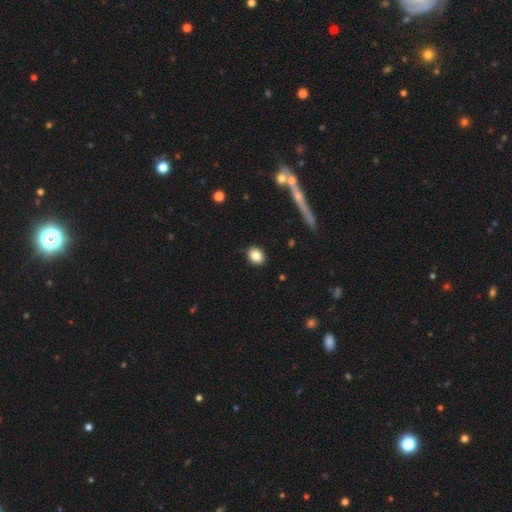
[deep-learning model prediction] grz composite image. It shows a smooth galaxy with no disk features (85%) that is round (50%). Merging: none (89%).